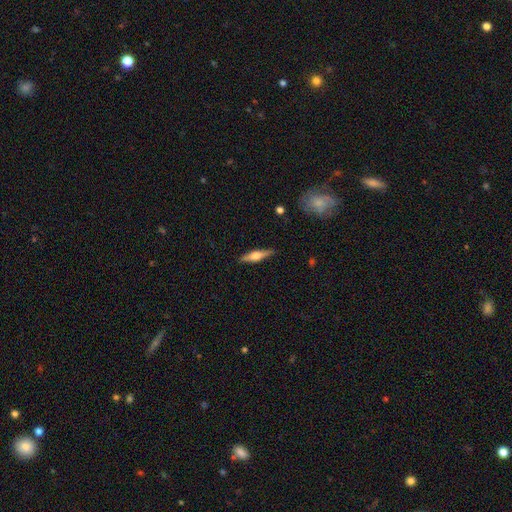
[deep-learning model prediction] A featured or disk galaxy (58%) viewed edge-on (97%) with a rounded central bulge (82%). Merging: none (88%).